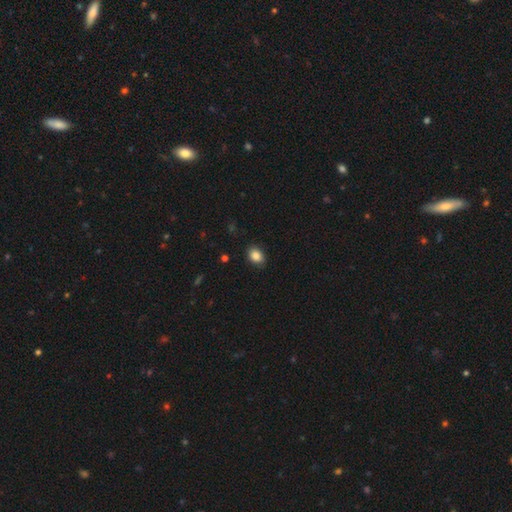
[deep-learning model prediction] The model was most divided on "how rounded": in between: 69%, round: 30%, cigar-shaped: 1%. More confident: smooth or featured — smooth (87%); merging — none (86%).